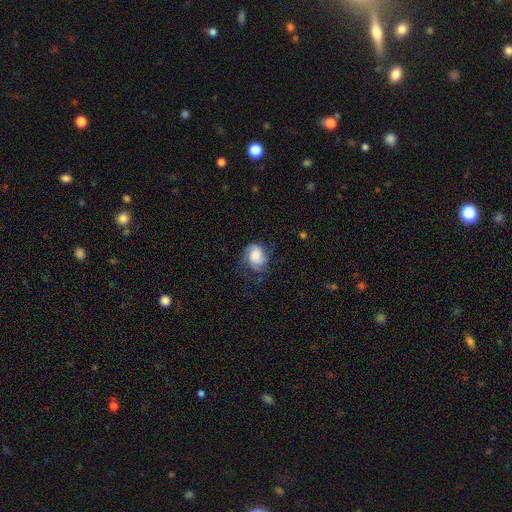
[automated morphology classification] Smooth or featured?
  - smooth: 46% *
  - featured or disk: 45%
  - star or artifact: 9%
Merging?
  - none: 52% *
  - minor disturbance: 27%
  - major disturbance: 20%
  - merger: 2%